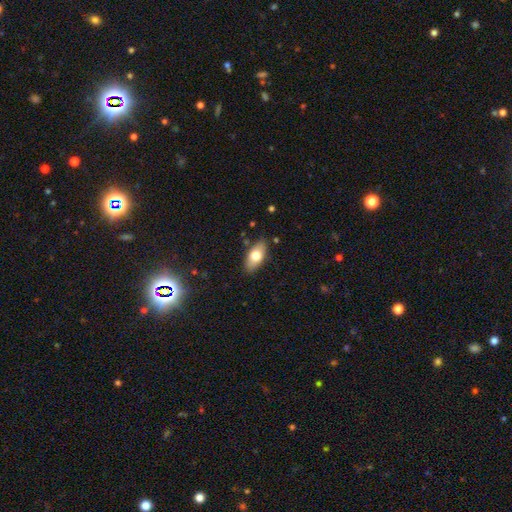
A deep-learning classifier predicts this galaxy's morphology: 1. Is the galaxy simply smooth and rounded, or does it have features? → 70% smooth, 23% featured or disk, 7% star or artifact.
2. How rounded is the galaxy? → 87% in between, 9% cigar-shaped, 4% round.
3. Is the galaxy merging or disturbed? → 84% none, 12% minor disturbance, 2% major disturbance, 1% merger.